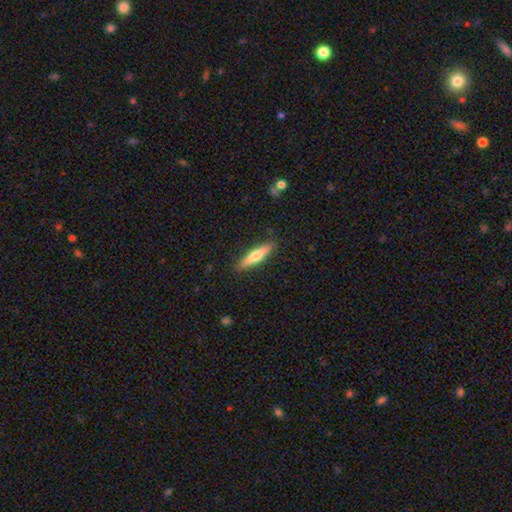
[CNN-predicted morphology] Smooth or featured?
  - smooth: 50% *
  - featured or disk: 45%
  - star or artifact: 5%
Merging?
  - none: 89% *
  - minor disturbance: 8%
  - major disturbance: 2%
  - merger: 1%